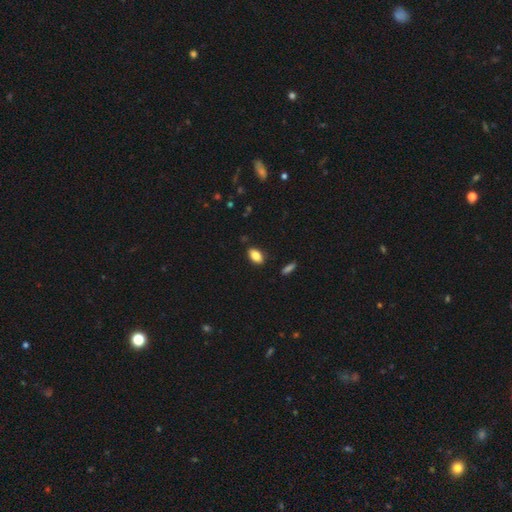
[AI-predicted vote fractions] Smooth or featured?
  - smooth: 84% *
  - featured or disk: 8%
  - star or artifact: 8%
How rounded?
  - in between: 90% *
  - round: 6%
  - cigar-shaped: 4%
Merging?
  - none: 87% *
  - minor disturbance: 10%
  - major disturbance: 2%
  - merger: 1%